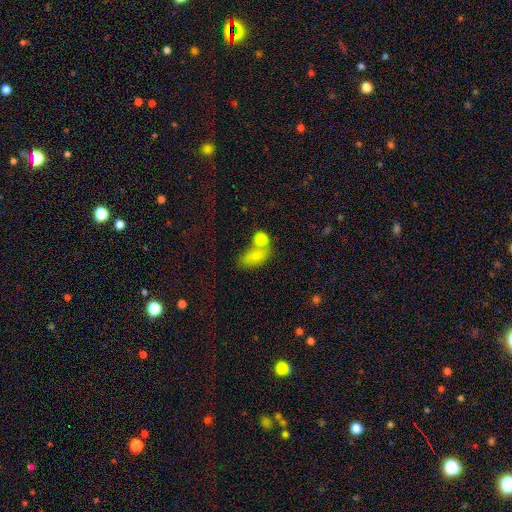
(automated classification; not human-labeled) smooth-or-featured: smooth: 78% | featured or disk: 12% | star or artifact: 10%
  how-rounded: in between: 78% | round: 17% | cigar-shaped: 5%
  merging: merger: 42% | none: 37% | minor disturbance: 14% | major disturbance: 7%